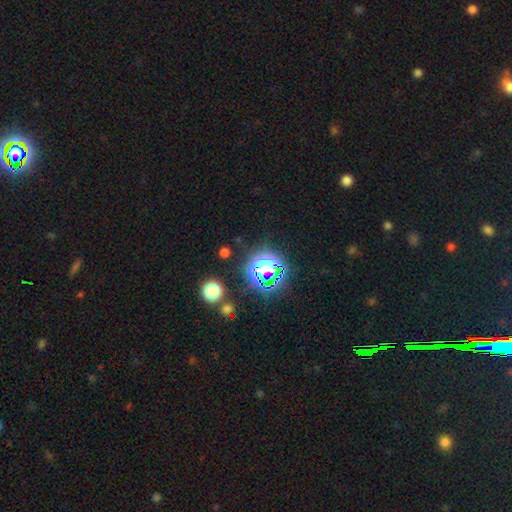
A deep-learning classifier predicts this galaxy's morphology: Overall: star or artifact (74%).